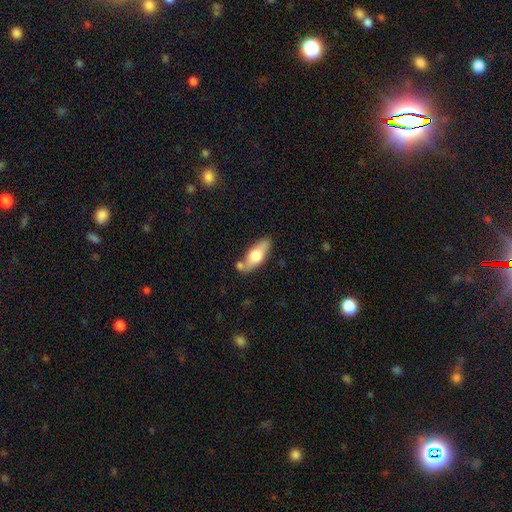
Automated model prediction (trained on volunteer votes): Morphology: type=smooth (61%); roundness=in between (72%); merging=none (69%).